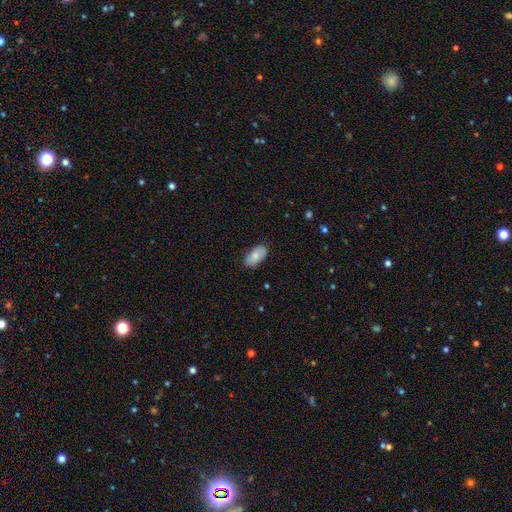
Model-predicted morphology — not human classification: Smooth or featured? smooth (80%)
How rounded? in between (94%)
Merging? none (82%)